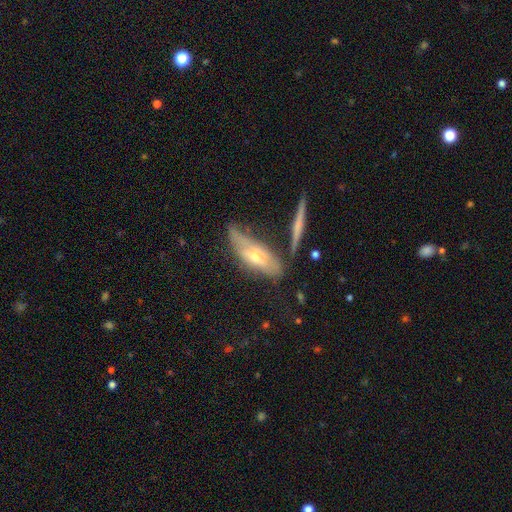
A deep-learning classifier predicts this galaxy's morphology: featured or disk 54%, smooth 38%, star or artifact 9%. Down the decision tree: edge-on disk — yes (62%); merging — none (48%).